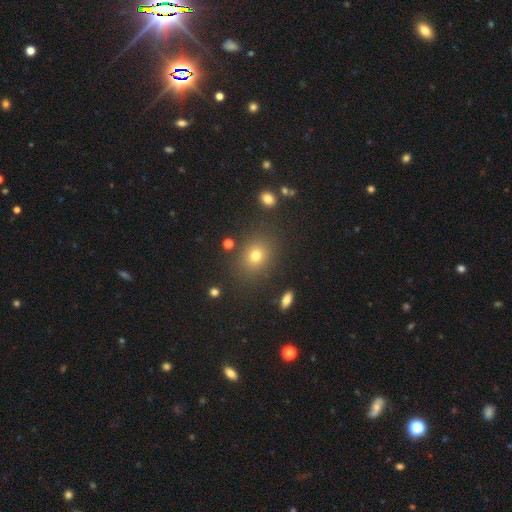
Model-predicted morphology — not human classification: Q: Smooth or featured?
A: smooth (73%); runner-up: star or artifact (17%)
Q: How rounded?
A: round (57%); runner-up: in between (42%)
Q: Merging?
A: none (85%); runner-up: minor disturbance (9%)